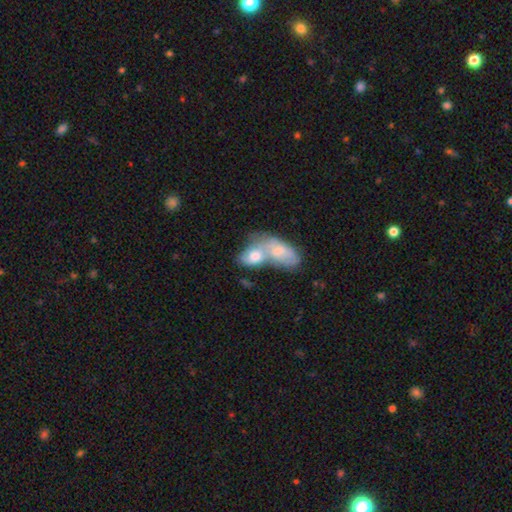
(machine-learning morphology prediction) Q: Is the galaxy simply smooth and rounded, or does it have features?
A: smooth — 62%.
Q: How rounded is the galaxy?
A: in between — 84%.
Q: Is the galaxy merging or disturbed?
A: merger — 75%.